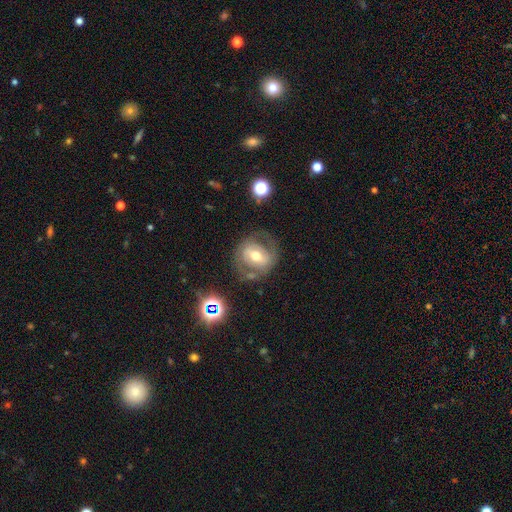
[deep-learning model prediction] A featured or disk galaxy (56%) with a weak bar (37%), no spiral arms (52%) and a moderate central bulge (70%).

Vote fractions:
- Smooth or featured? featured or disk: 56% / smooth: 35% / star or artifact: 9%
- Edge-on disk? no: 95% / yes: 5%
- Bar? weak: 37% / no: 33% / strong: 31%
- Spiral arms? no: 52% / yes: 48%
- Bulge size? moderate: 70% / small: 18% / large: 9% / dominant: 1% / none: 1%
- Merging? none: 64% / minor disturbance: 18% / major disturbance: 13% / merger: 4%